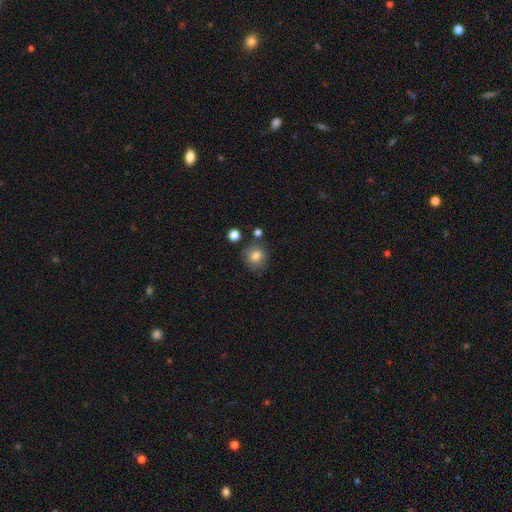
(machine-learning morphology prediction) type=smooth (80%); roundness=round (85%); merging=none (78%).